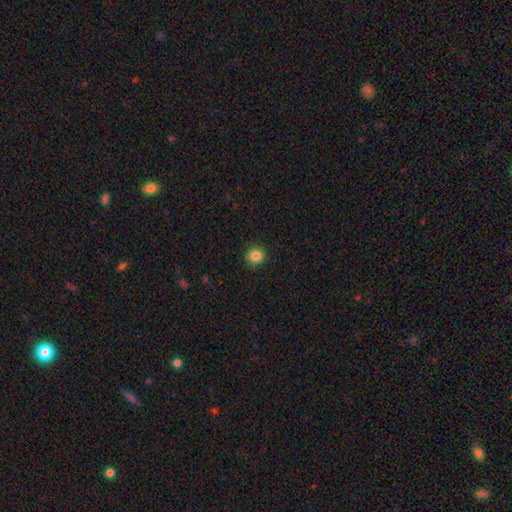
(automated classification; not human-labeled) This is clearly a smooth galaxy (85%). How rounded: clearly round (92%). Merging: clearly none (91%).